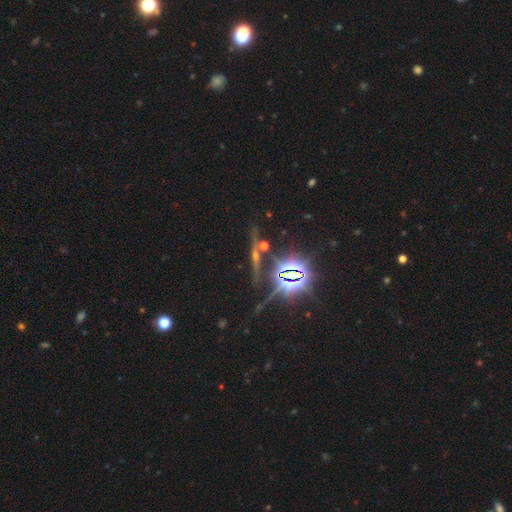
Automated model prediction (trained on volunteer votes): Smooth or featured: star or artifact — 77% (featured or disk — 13%)